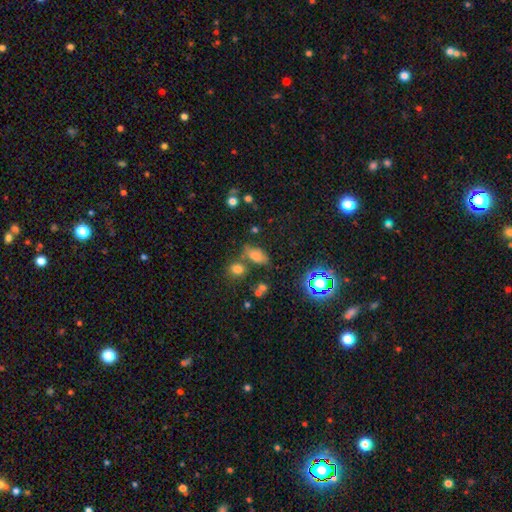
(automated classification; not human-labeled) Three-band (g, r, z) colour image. It shows a smooth galaxy with no disk features (68%) that is in between round and cigar-shaped (84%). Merging: none (62%).